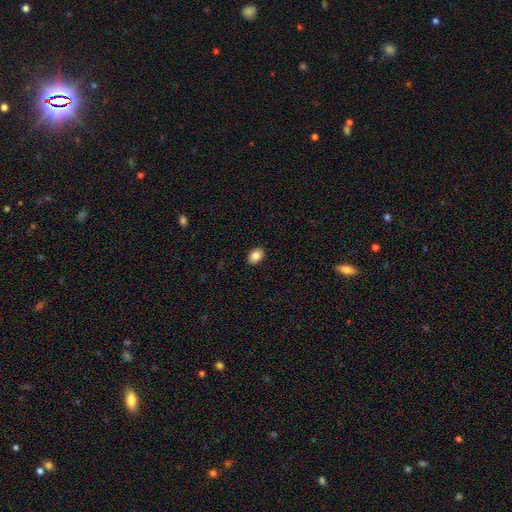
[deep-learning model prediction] A smooth galaxy with no disk features (86%) that is in between round and cigar-shaped (80%). Merging: none (90%).